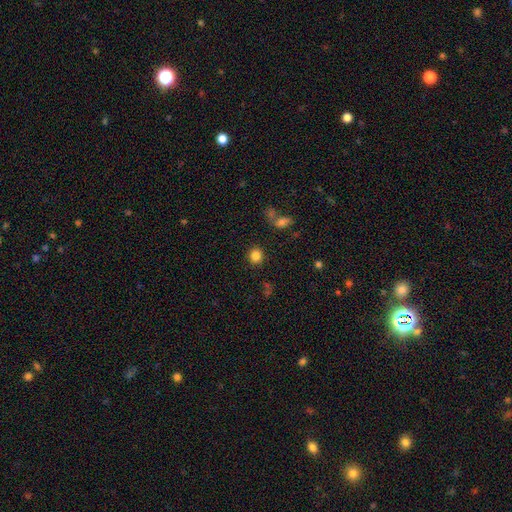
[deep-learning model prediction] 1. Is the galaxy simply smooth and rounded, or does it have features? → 84% smooth, 11% star or artifact, 5% featured or disk.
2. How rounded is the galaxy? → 86% round, 13% in between, 1% cigar-shaped.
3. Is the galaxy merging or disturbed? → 88% none, 7% minor disturbance, 3% merger, 3% major disturbance.